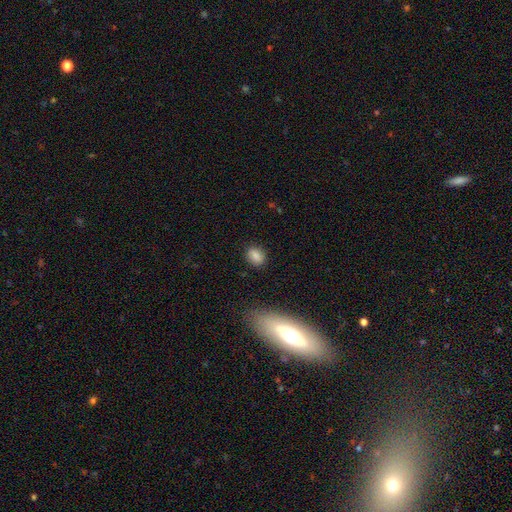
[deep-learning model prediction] This appears to be a smooth galaxy with no disk features (84%) that is in between round and cigar-shaped (66%). Merging: none (84%).